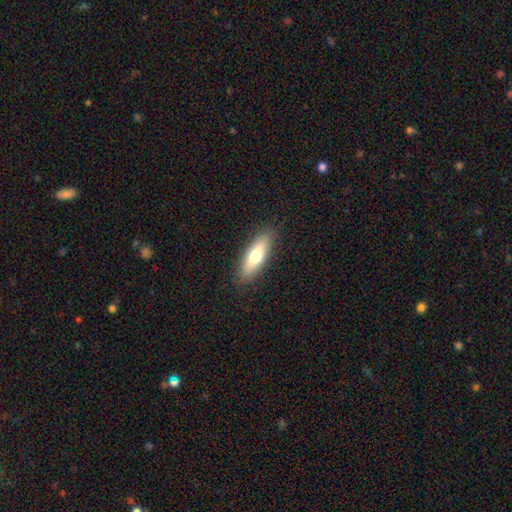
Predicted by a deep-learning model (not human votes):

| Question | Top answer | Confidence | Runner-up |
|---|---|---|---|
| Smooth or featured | smooth | 68% | featured or disk (26%) |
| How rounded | cigar-shaped | 51% | in between (47%) |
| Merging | none | 88% | minor disturbance (9%) |